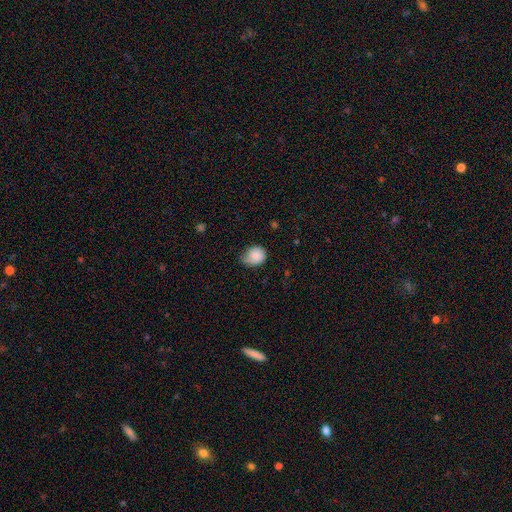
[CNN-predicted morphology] smooth_or_featured: smooth (p=0.83) [alt: featured or disk p=0.09]
how_rounded: round (p=0.61) [alt: in between p=0.38]
merging: none (p=0.47) [alt: minor disturbance p=0.41]